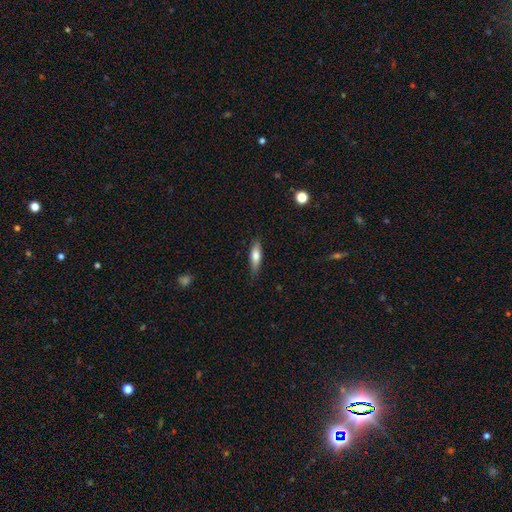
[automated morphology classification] smooth_or_featured: smooth (p=0.71) [alt: featured or disk p=0.22]
how_rounded: cigar-shaped (p=0.51) [alt: in between p=0.46]
merging: none (p=0.82) [alt: minor disturbance p=0.15]